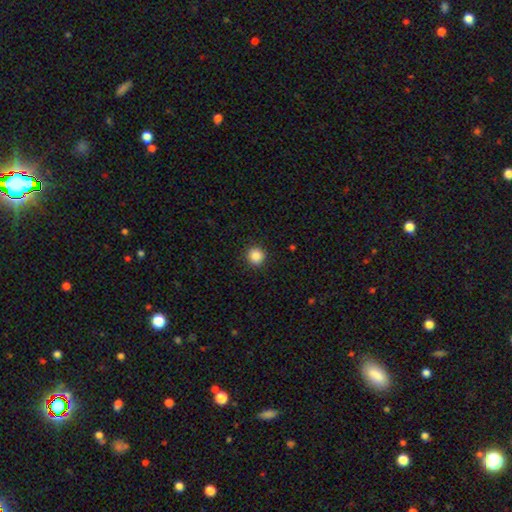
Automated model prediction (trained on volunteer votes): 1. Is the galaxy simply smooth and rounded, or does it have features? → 88% smooth, 10% star or artifact, 3% featured or disk.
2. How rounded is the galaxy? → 93% round, 6% in between, 1% cigar-shaped.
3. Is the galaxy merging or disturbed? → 92% none, 5% minor disturbance, 2% major disturbance, 1% merger.